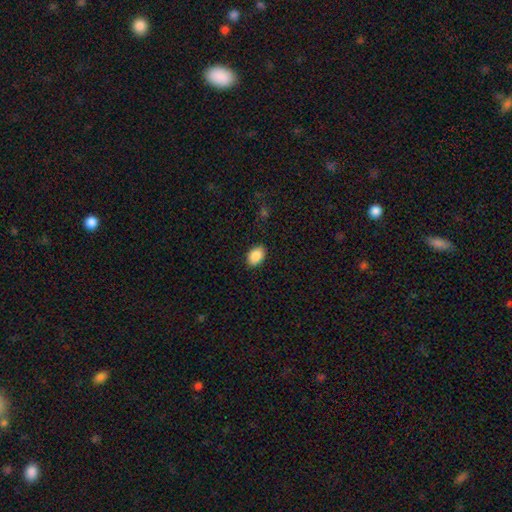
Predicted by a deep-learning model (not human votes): Smooth or featured? smooth (88%)
How rounded? in between (81%)
Merging? none (88%)